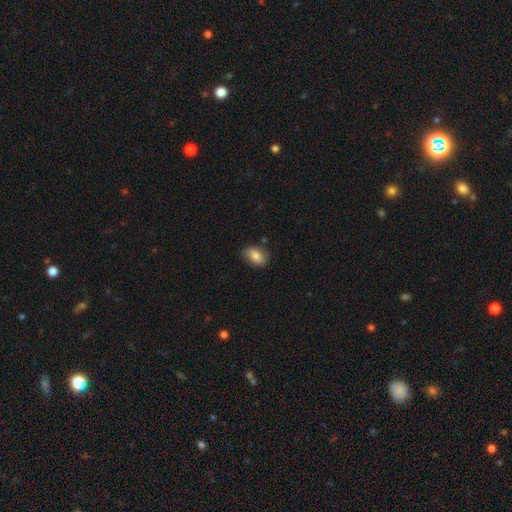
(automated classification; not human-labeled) Smooth or featured? smooth (77%)
How rounded? in between (84%)
Merging? none (75%)